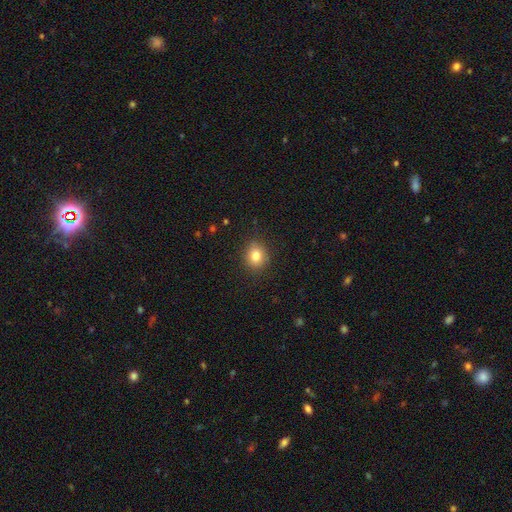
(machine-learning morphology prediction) type=smooth (81%); roundness=round (69%); merging=none (86%).